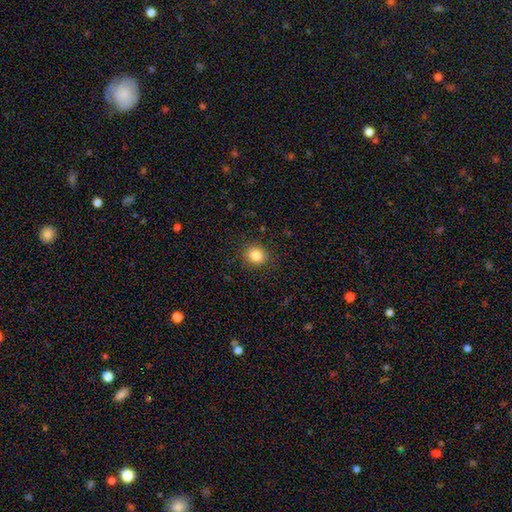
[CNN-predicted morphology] type=smooth (84%); roundness=round (80%); merging=none (89%).